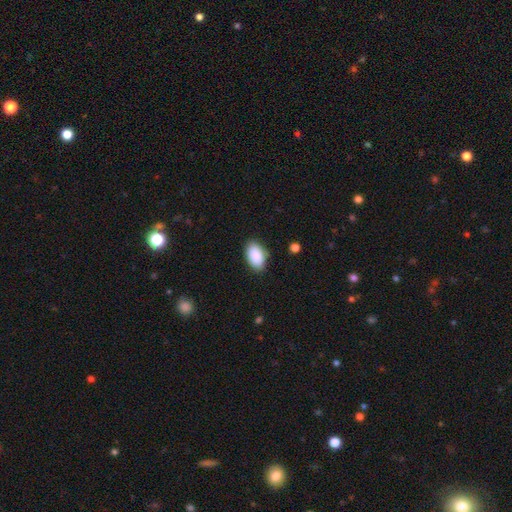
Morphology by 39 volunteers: Volunteers were most divided on "merging": none: 82%, minor disturbance: 15%, major disturbance: 3%, merger: 0%. More confident: smooth or featured — smooth (100%); how rounded — in between (100%).